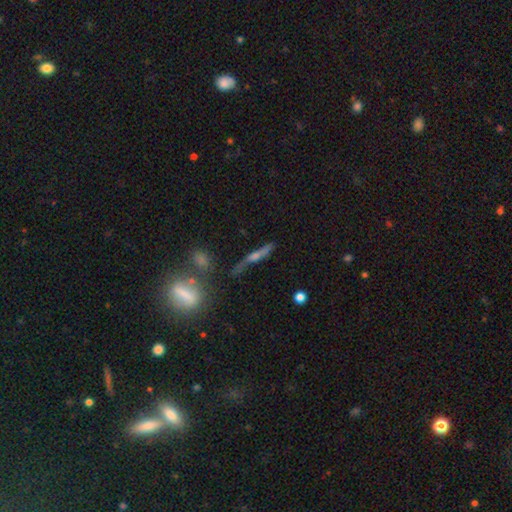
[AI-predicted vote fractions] Smooth or featured? Predicted: featured or disk (p=0.65). Edge-on disk? Predicted: yes (p=0.83). Edge-on bulge? Predicted: rounded (p=0.75). Merging? Predicted: none (p=0.70).